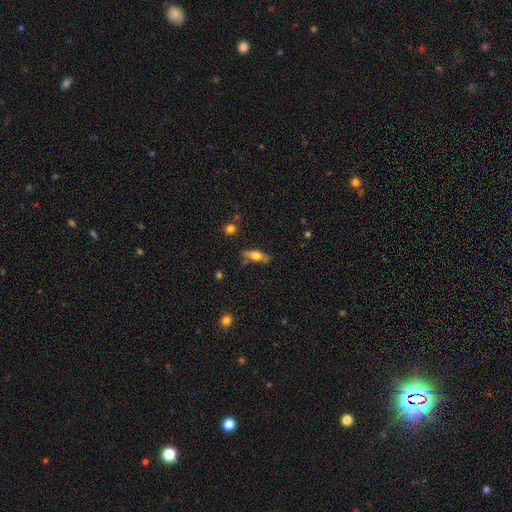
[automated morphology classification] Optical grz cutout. It shows a smooth galaxy with no disk features (60%) that is in between round and cigar-shaped (59%). Merging: none (72%).